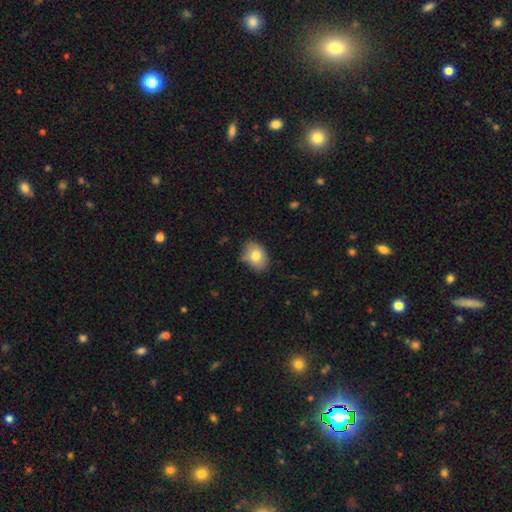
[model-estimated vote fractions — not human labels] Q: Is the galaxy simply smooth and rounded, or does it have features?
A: smooth — 79%.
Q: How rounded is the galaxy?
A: in between — 68%.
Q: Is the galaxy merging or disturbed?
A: none — 72%.